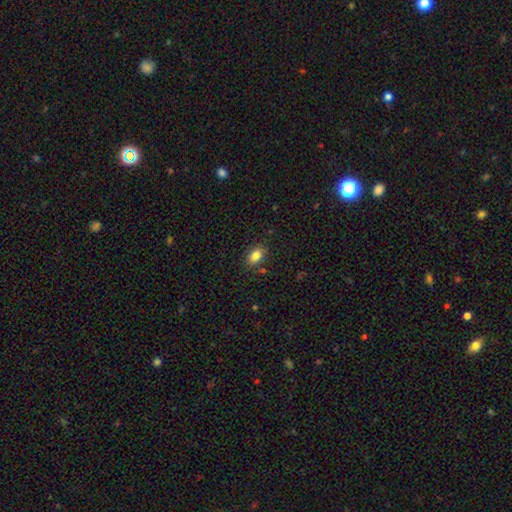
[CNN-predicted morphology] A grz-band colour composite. It shows a smooth galaxy with no disk features (83%) that is in between round and cigar-shaped (83%). Merging: none (83%).